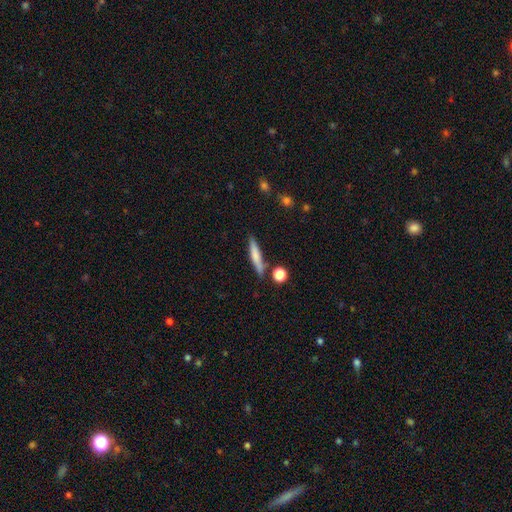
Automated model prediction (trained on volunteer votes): smooth_or_featured: smooth (p=0.71) [alt: featured or disk p=0.22]
how_rounded: cigar-shaped (p=0.88) [alt: in between p=0.10]
merging: none (p=0.77) [alt: minor disturbance p=0.13]